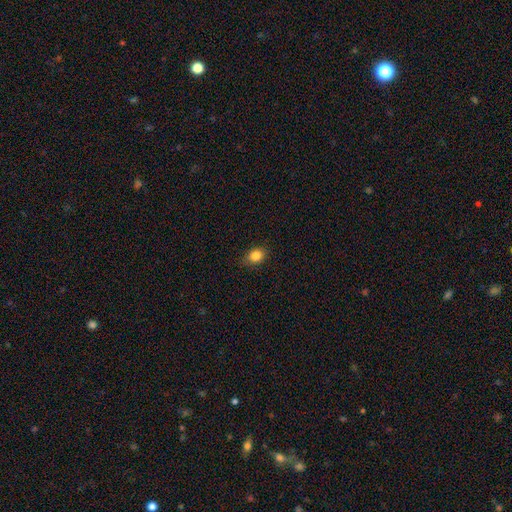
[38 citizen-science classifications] Morphology: type=smooth (79%); roundness=in between (57%); merging=none (83%).